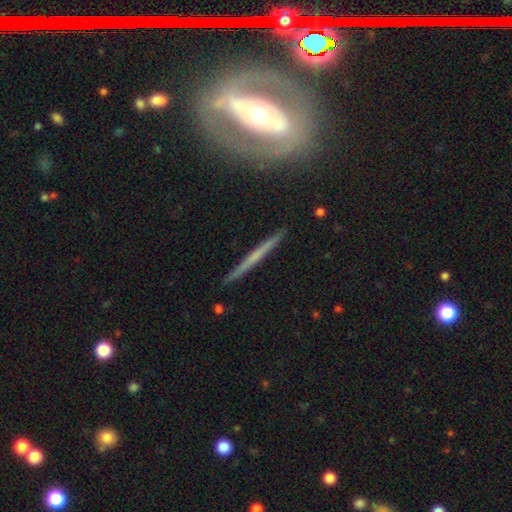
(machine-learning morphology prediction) A featured or disk galaxy (62%) viewed edge-on (94%) with no central bulge (75%).

Vote fractions:
- Smooth or featured? featured or disk: 62% / smooth: 32% / star or artifact: 6%
- Edge-on disk? yes: 94% / no: 6%
- Edge-on bulge? none: 75% / rounded: 19% / boxy: 6%
- Merging? none: 89% / minor disturbance: 8% / major disturbance: 2% / merger: 2%